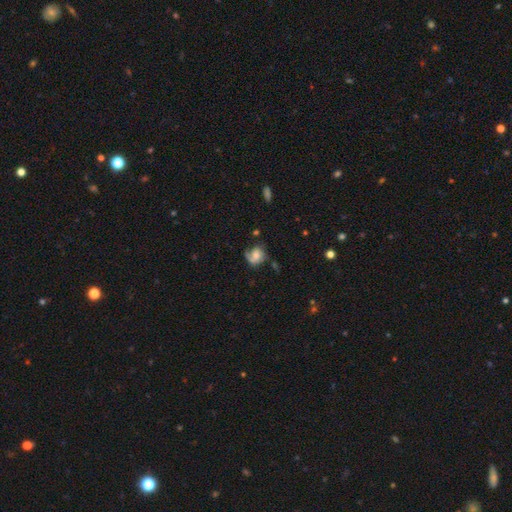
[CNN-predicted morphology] A smooth galaxy with no disk features (47%). Merging: none (46%).